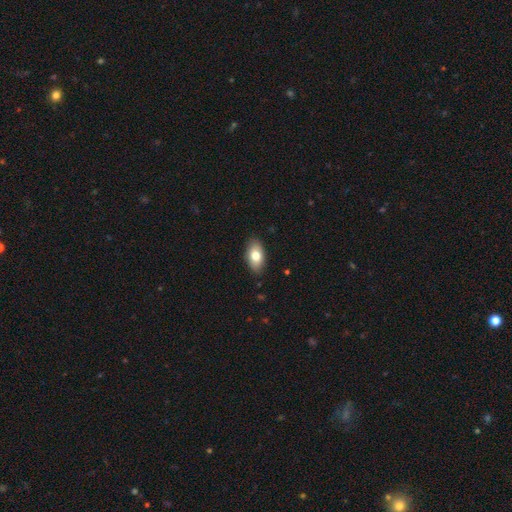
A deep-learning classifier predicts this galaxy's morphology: Overall: smooth (76%). How rounded: in between (92%). Merging: none (86%).